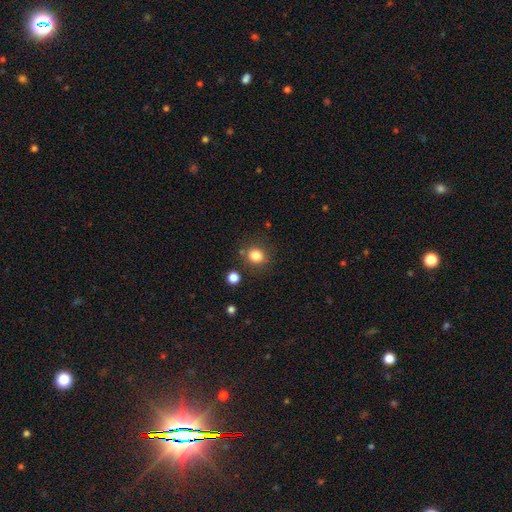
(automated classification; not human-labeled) This is clearly a smooth galaxy (83%). How rounded: likely round (76%). Merging: likely none (79%).